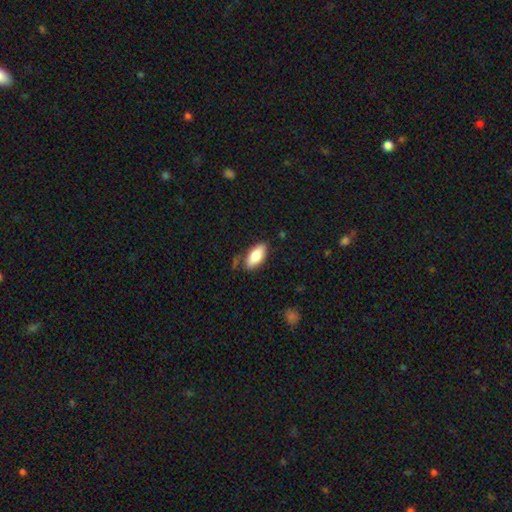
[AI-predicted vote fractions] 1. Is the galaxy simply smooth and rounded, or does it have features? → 82% smooth, 11% featured or disk, 6% star or artifact.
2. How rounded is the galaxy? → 87% in between, 11% cigar-shaped, 2% round.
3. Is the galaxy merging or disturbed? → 73% none, 19% minor disturbance, 5% major disturbance, 3% merger.